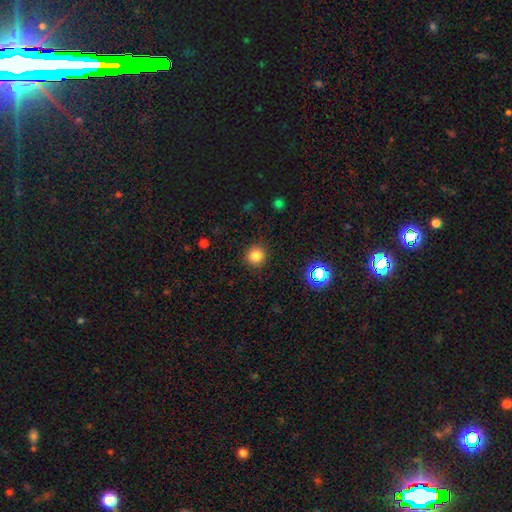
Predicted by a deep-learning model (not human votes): Smooth or featured: smooth — 81% (star or artifact — 15%)
How rounded: round — 92% (in between — 7%)
Merging: none — 90% (minor disturbance — 7%)